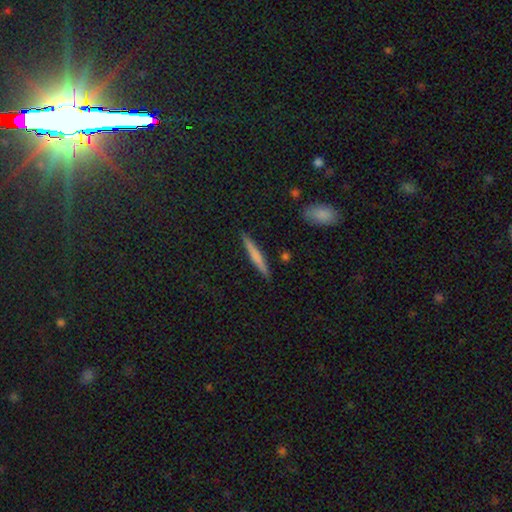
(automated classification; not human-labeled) Morphology: type=smooth (63%); roundness=cigar-shaped (95%); merging=none (90%).